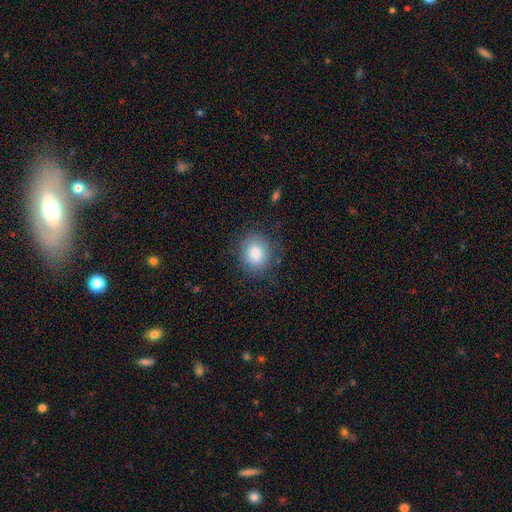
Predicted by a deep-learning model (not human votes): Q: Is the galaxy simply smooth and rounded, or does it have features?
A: smooth — 84%.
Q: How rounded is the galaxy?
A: round — 63%.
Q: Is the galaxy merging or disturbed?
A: none — 79%.